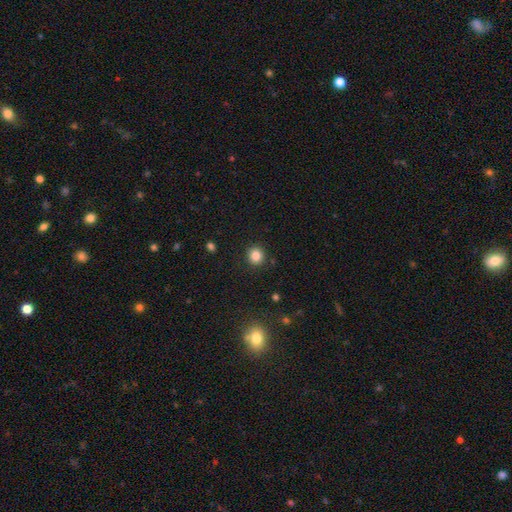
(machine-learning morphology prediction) smooth 84%, star or artifact 12%, featured or disk 5%. Down the decision tree: how rounded — round (88%); merging — none (90%).